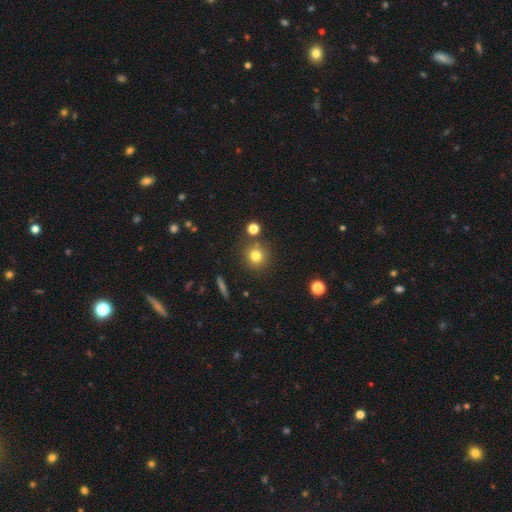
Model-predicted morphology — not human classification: smooth_or_featured: smooth (p=0.78) [alt: star or artifact p=0.13]
how_rounded: round (p=0.91) [alt: in between p=0.08]
merging: none (p=0.80) [alt: minor disturbance p=0.09]